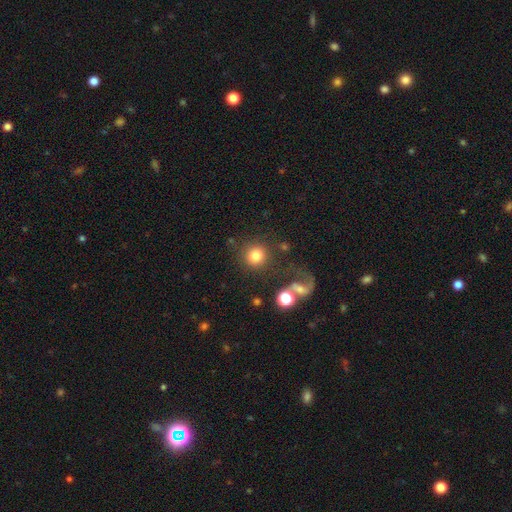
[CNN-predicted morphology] A smooth galaxy with no disk features (80%) that is round (92%).

Vote fractions:
- Smooth or featured? smooth: 80% / star or artifact: 11% / featured or disk: 9%
- How rounded? round: 92% / in between: 7% / cigar-shaped: 1%
- Merging? none: 75% / minor disturbance: 9% / merger: 9% / major disturbance: 7%